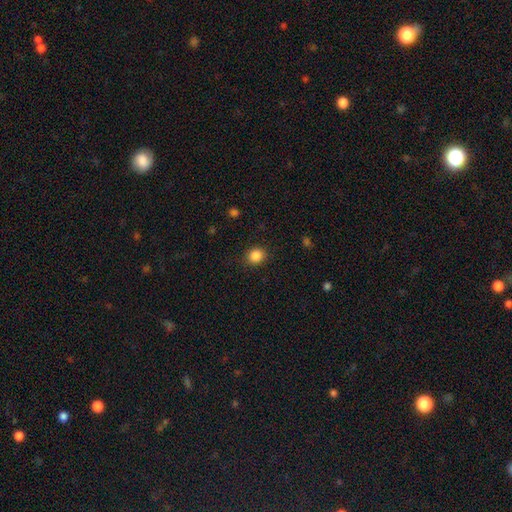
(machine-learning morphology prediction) Smooth or featured? Predicted: smooth (p=0.86). How rounded? Predicted: round (p=0.79). Merging? Predicted: none (p=0.88).